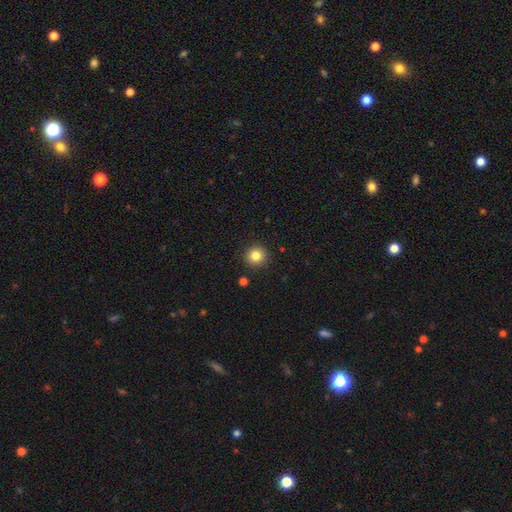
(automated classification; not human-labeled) This is clearly a smooth galaxy (83%). How rounded: clearly round (93%). Merging: clearly none (91%).